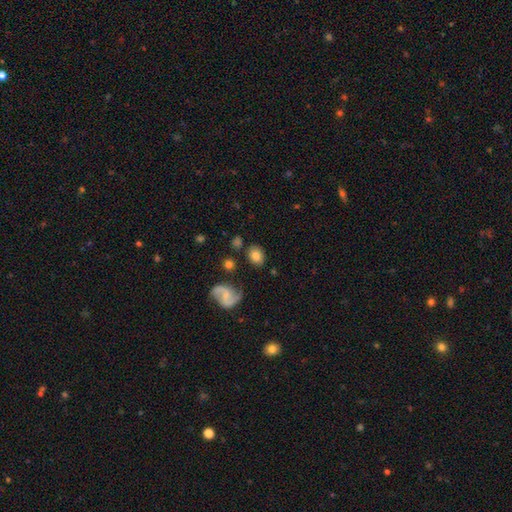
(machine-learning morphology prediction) Q: Smooth or featured?
A: smooth (71%); runner-up: featured or disk (21%)
Q: How rounded?
A: in between (55%); runner-up: round (44%)
Q: Merging?
A: none (76%); runner-up: minor disturbance (14%)